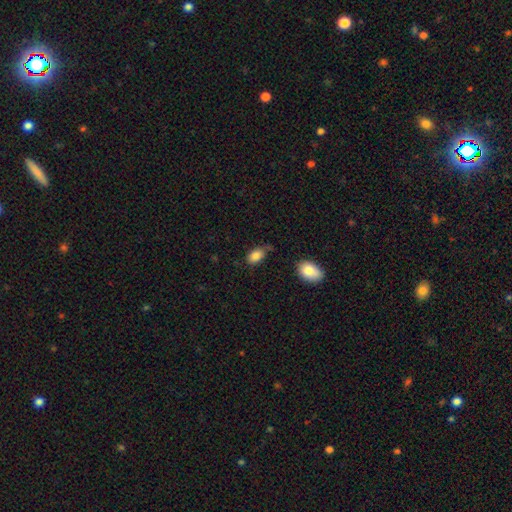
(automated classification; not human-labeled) The model was most divided on "merging": none: 67%, minor disturbance: 23%, merger: 6%, major disturbance: 5%. More confident: how rounded — in between (90%); smooth or featured — smooth (86%).